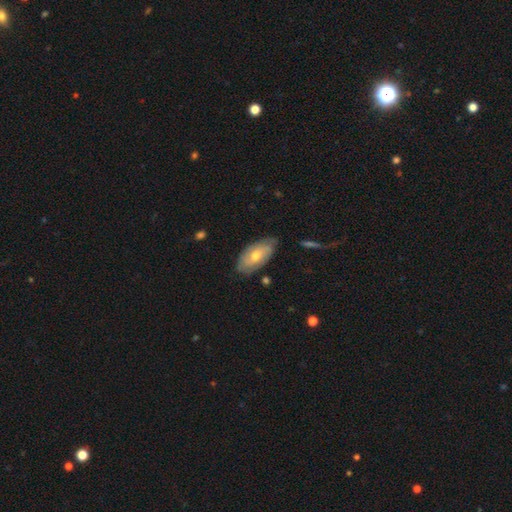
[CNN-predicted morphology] Overall: smooth (50%; featured or disk 45%). Merging: none (70%).